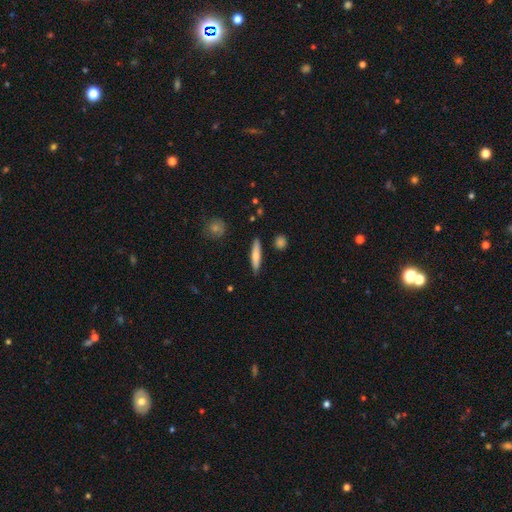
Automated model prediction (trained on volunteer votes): Q: Smooth or featured?
A: smooth (65%); runner-up: featured or disk (29%)
Q: How rounded?
A: cigar-shaped (85%); runner-up: in between (13%)
Q: Merging?
A: none (89%); runner-up: minor disturbance (8%)